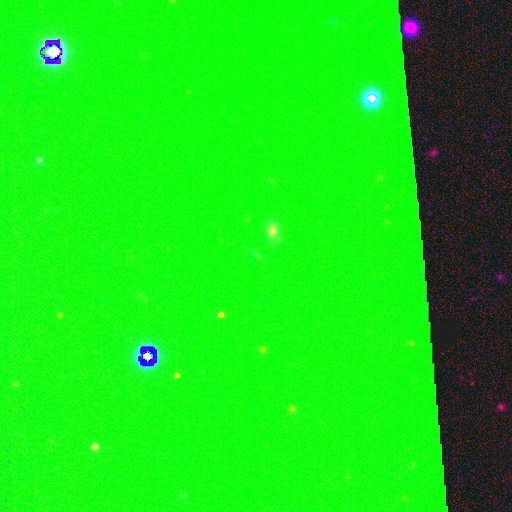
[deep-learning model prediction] This is likely a star or artifact rather than a galaxy (79%).